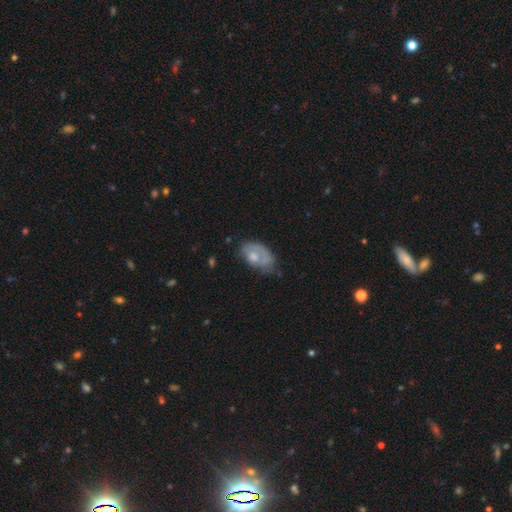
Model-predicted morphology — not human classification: Overall: featured or disk (48%; smooth 45%). Merging: none (40%; minor disturbance 30%).